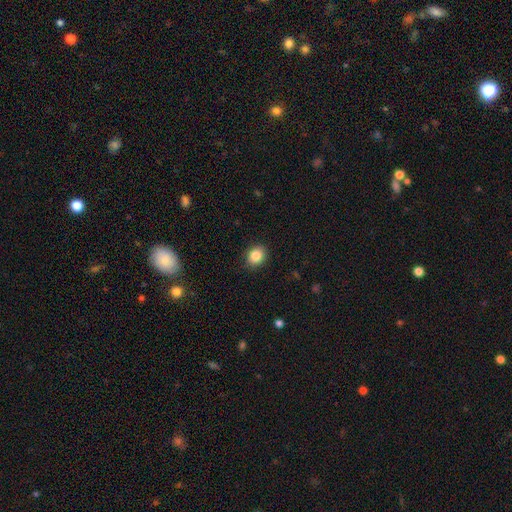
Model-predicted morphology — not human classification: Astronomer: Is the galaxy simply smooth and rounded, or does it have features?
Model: smooth — 85%.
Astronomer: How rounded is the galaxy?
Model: round — 63%.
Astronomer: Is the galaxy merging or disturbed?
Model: none — 88%.